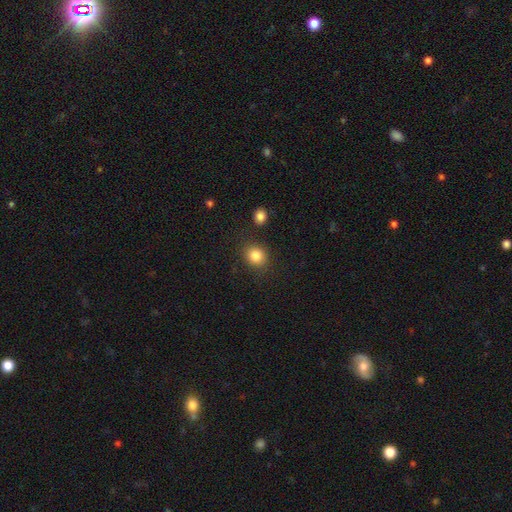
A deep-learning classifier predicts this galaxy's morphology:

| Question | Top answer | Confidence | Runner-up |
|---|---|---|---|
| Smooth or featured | smooth | 84% | star or artifact (11%) |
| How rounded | round | 78% | in between (21%) |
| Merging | none | 85% | minor disturbance (9%) |